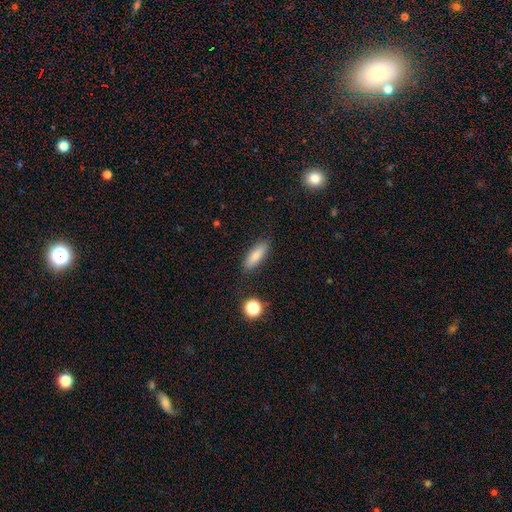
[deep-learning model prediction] A smooth galaxy with no disk features (82%) that is in between round and cigar-shaped (54%).

Vote fractions:
- Smooth or featured? smooth: 82% / featured or disk: 10% / star or artifact: 8%
- How rounded? in between: 54% / cigar-shaped: 43% / round: 3%
- Merging? none: 86% / minor disturbance: 9% / major disturbance: 2% / merger: 2%